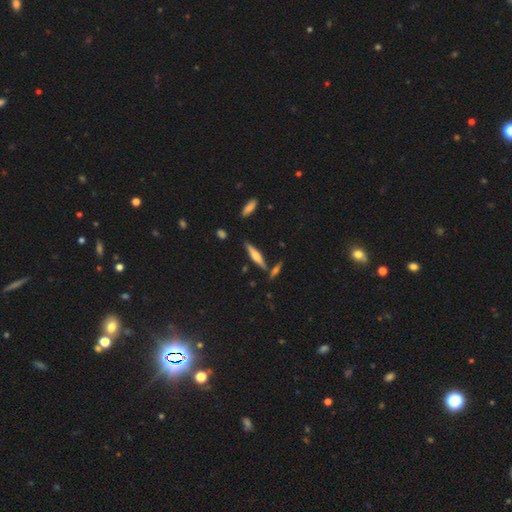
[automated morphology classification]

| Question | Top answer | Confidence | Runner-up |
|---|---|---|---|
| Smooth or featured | featured or disk | 53% | smooth (40%) |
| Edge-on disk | yes | 96% | no (4%) |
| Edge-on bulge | rounded | 77% | boxy (13%) |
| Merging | none | 79% | minor disturbance (10%) |